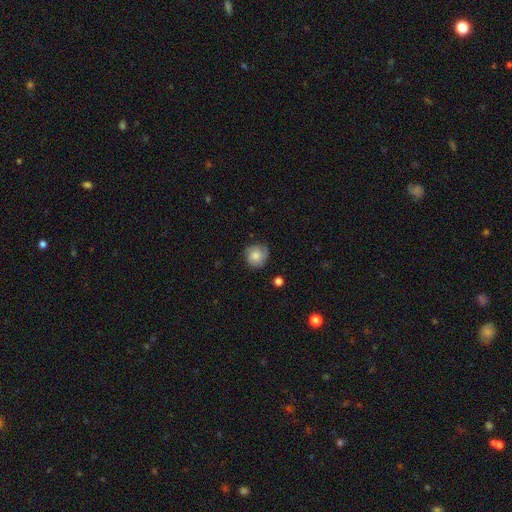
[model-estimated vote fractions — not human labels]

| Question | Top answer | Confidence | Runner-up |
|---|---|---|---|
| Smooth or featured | smooth | 70% | featured or disk (22%) |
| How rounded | round | 89% | in between (10%) |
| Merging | none | 74% | minor disturbance (20%) |